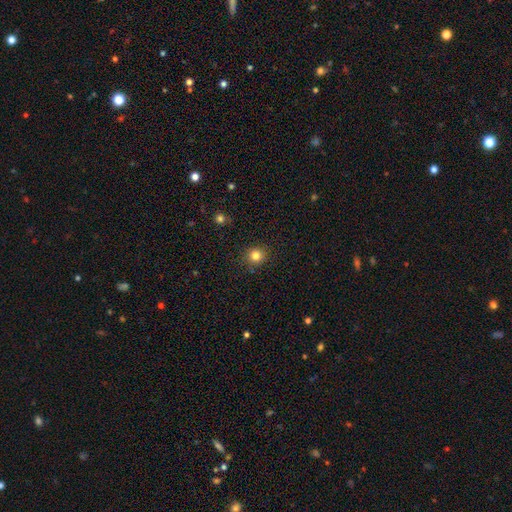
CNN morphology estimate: smooth 82%, star or artifact 12%, featured or disk 5%. Down the decision tree: how rounded — round (89%); merging — none (89%).